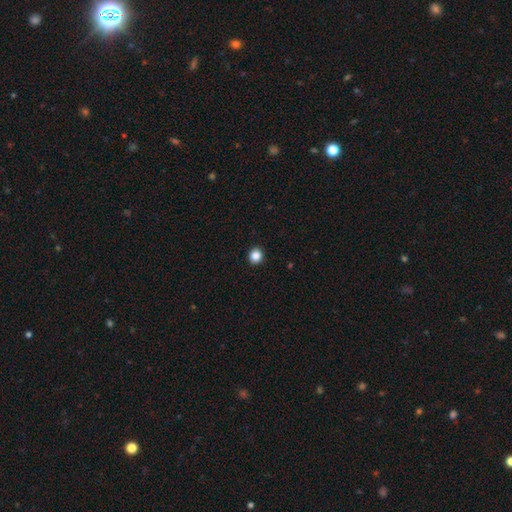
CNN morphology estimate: Overall: smooth (87%). How rounded: round (89%). Merging: none (93%).